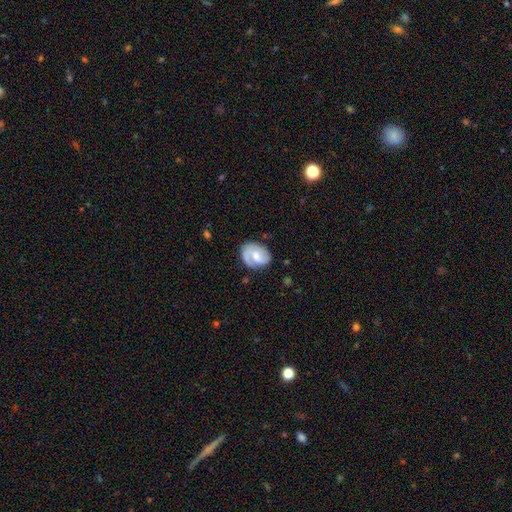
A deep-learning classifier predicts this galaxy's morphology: featured or disk 66%, smooth 28%, star or artifact 6%. Down the decision tree: edge-on disk — no (97%); bar — no (46%); spiral arms — yes (87%); spiral arm count — 2 (46%); spiral winding — tight (42%); bulge size — moderate (56%); merging — none (67%).